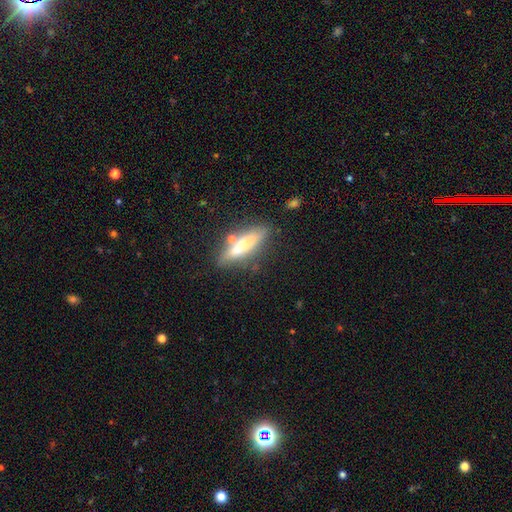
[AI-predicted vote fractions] Morphology: type=featured or disk (45%); merging=none (76%).